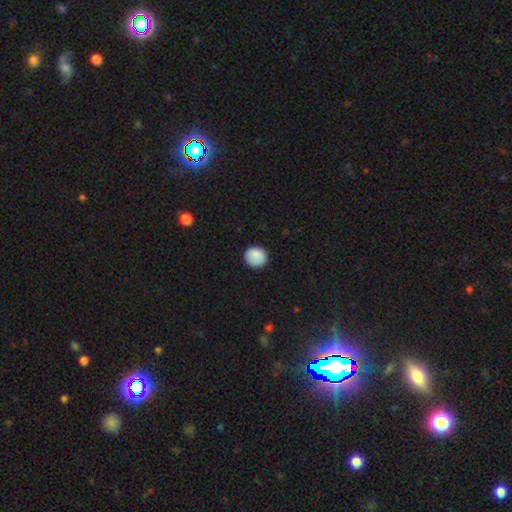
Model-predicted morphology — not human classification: smooth-or-featured: smooth: 88% | star or artifact: 8% | featured or disk: 4%
  how-rounded: round: 91% | in between: 8% | cigar-shaped: 1%
  merging: none: 88% | minor disturbance: 9% | major disturbance: 2% | merger: 1%